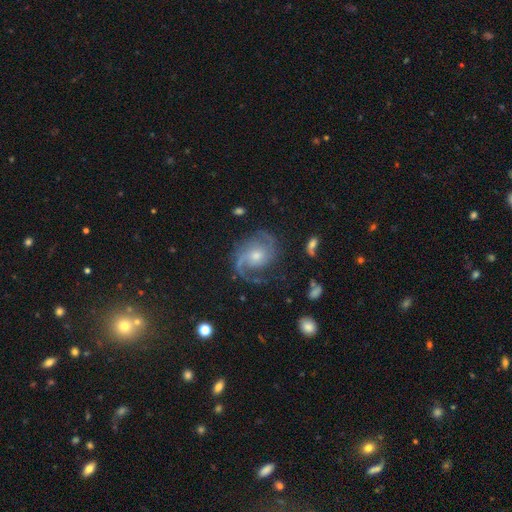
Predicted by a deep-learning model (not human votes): smooth-or-featured: featured or disk: 87% | star or artifact: 7% | smooth: 6%
  disk-edge-on: no: 98% | yes: 2%
    bar: no: 66% | weak: 29% | strong: 5%
    has-spiral-arms: yes: 97% | no: 3%
      spiral-winding: medium: 51% | tight: 30% | loose: 19%
      spiral-arm-count: 2: 72% | 1: 8% | can't tell: 8% | 3: 7% | 4: 2% | more than 4: 2%
    bulge-size: moderate: 53% | small: 40% | large: 4% | none: 2% | dominant: 1%
  merging: none: 71% | minor disturbance: 17% | major disturbance: 11% | merger: 2%